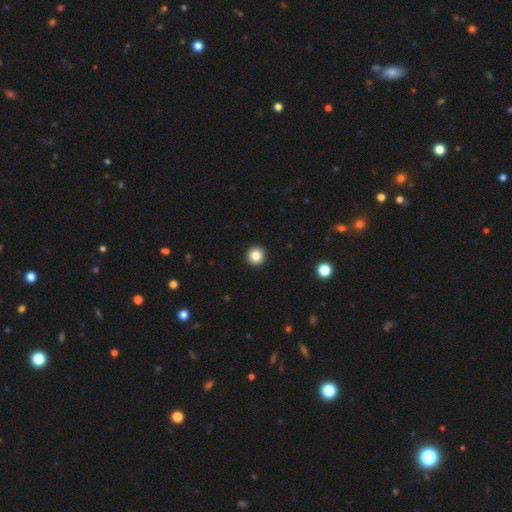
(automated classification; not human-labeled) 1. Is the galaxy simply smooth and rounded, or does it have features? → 84% smooth, 11% star or artifact, 5% featured or disk.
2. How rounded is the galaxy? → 96% round, 3% in between, 1% cigar-shaped.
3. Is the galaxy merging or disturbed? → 94% none, 3% minor disturbance, 1% major disturbance, 1% merger.